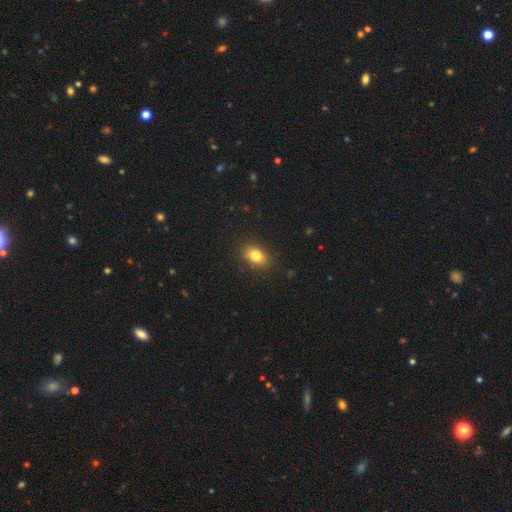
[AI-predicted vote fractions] Smooth or featured?
  - smooth: 82% *
  - star or artifact: 10%
  - featured or disk: 9%
How rounded?
  - in between: 79% *
  - round: 19%
  - cigar-shaped: 2%
Merging?
  - none: 87% *
  - minor disturbance: 9%
  - major disturbance: 3%
  - merger: 1%